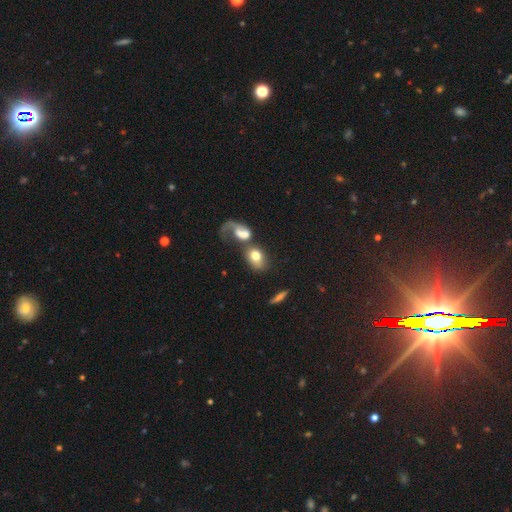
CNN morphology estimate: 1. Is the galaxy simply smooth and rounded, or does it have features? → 67% smooth, 24% featured or disk, 9% star or artifact.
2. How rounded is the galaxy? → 69% in between, 28% round, 2% cigar-shaped.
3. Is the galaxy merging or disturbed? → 40% merger, 29% none, 20% major disturbance, 11% minor disturbance.